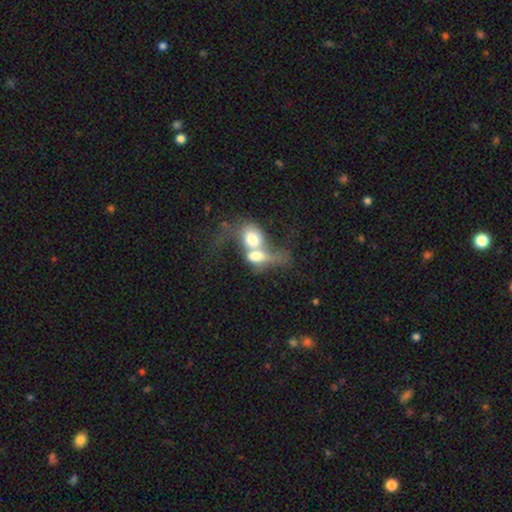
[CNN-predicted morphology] Smooth or featured? smooth (58%)
How rounded? in between (60%)
Merging? merger (83%)